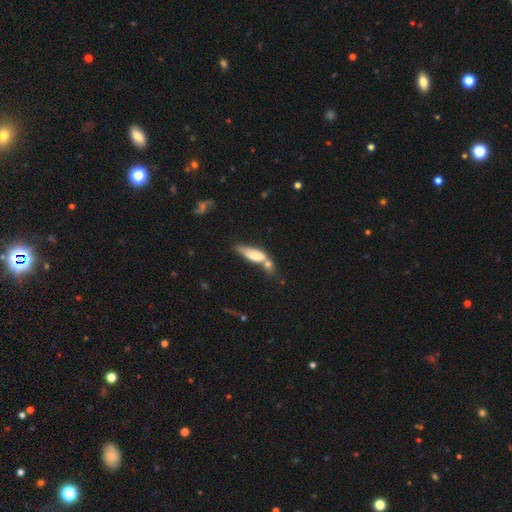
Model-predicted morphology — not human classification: Smooth or featured: smooth — 68% (featured or disk — 24%)
How rounded: in between — 56% (cigar-shaped — 41%)
Merging: merger — 51% (none — 23%)